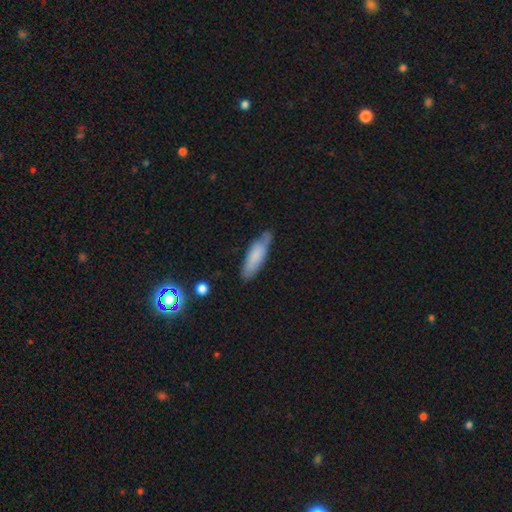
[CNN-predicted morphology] A smooth galaxy with no disk features (74%) that is cigar-shaped (58%). Merging: none (72%).